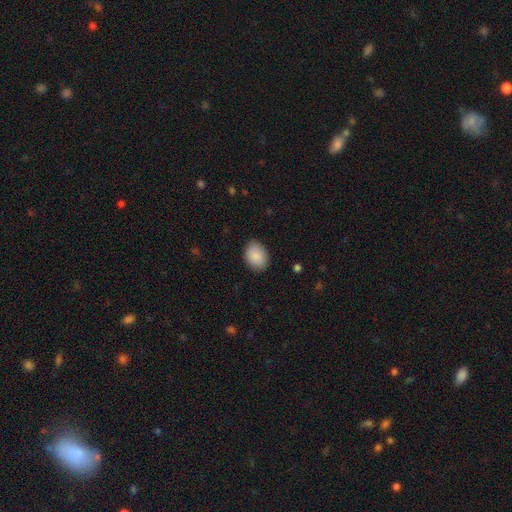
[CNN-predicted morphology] smooth_or_featured: smooth (p=0.89) [alt: star or artifact p=0.07]
how_rounded: in between (p=0.74) [alt: round p=0.25]
merging: none (p=0.85) [alt: minor disturbance p=0.12]